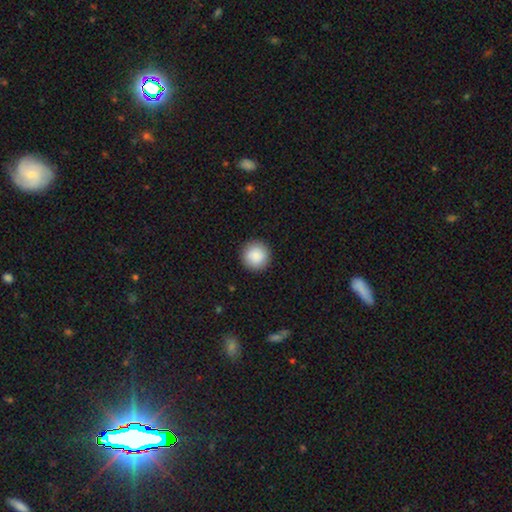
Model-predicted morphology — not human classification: Smooth or featured? smooth (88%)
How rounded? round (96%)
Merging? none (92%)